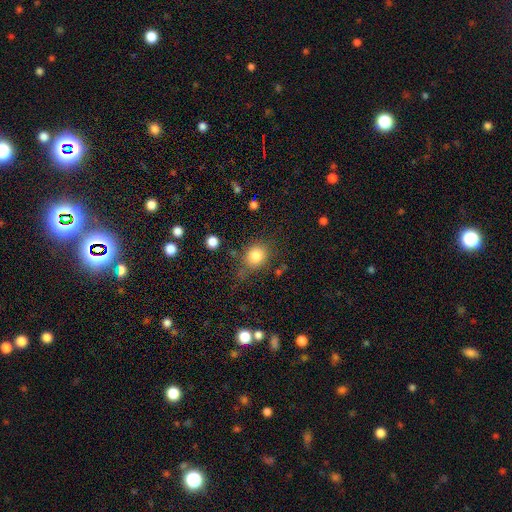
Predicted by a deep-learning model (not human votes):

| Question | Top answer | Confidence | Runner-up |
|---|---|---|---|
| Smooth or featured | smooth | 82% | star or artifact (11%) |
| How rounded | round | 69% | in between (30%) |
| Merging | none | 68% | minor disturbance (19%) |